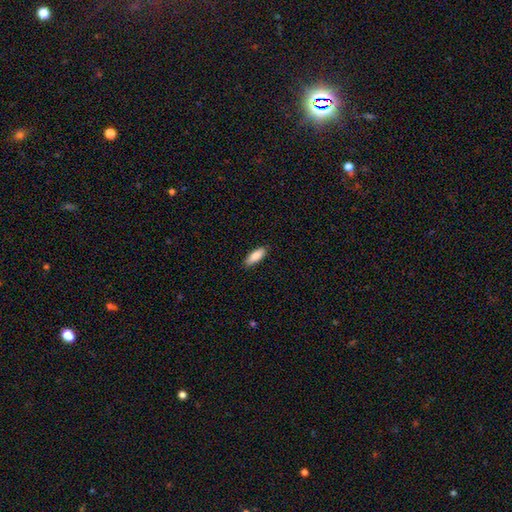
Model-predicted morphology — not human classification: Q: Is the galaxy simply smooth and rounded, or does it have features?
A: smooth — 87%.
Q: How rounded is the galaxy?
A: in between — 66%.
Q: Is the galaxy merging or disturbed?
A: none — 88%.